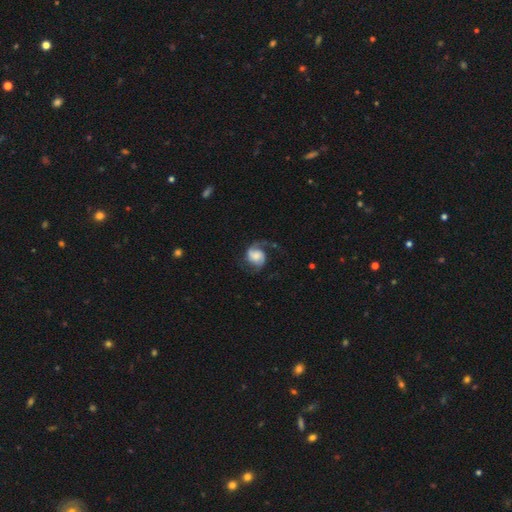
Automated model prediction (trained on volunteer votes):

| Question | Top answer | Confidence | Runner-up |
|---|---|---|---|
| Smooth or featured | featured or disk | 76% | smooth (17%) |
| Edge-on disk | no | 98% | yes (2%) |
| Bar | no | 61% | weak (31%) |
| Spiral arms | yes | 95% | no (5%) |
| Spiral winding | medium | 42% | loose (41%) |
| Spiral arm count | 2 | 79% | 1 (14%) |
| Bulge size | large | 31% | moderate (23%) |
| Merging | none | 58% | major disturbance (21%) |